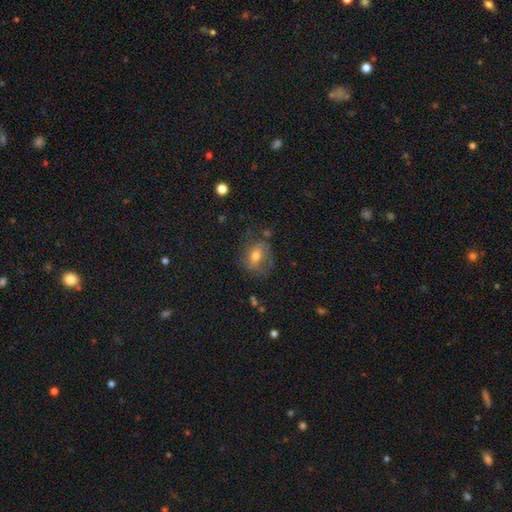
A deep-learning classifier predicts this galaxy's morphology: Q: Smooth or featured?
A: smooth (55%); runner-up: featured or disk (33%)
Q: How rounded?
A: in between (58%); runner-up: round (39%)
Q: Merging?
A: none (55%); runner-up: minor disturbance (25%)